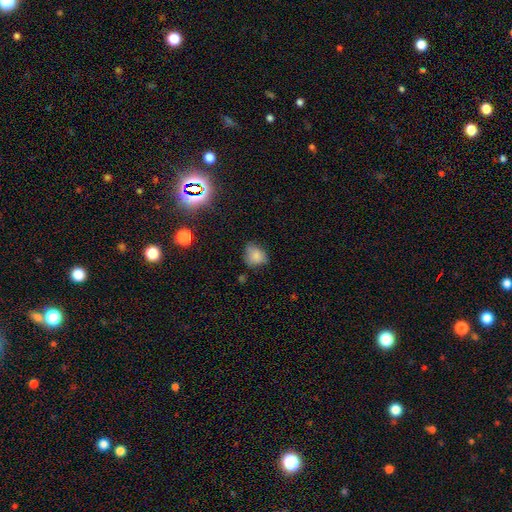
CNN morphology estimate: The model was most divided on "how rounded": round: 51%, in between: 48%, cigar-shaped: 1%. More confident: smooth or featured — smooth (76%); merging — none (52%).